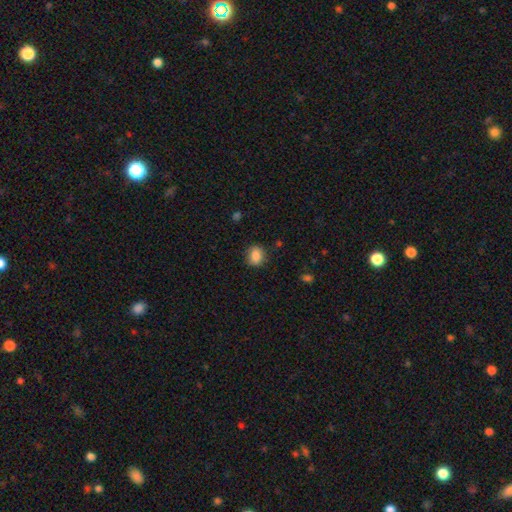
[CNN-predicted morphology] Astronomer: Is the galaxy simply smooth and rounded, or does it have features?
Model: smooth — 85%.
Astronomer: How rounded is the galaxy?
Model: round — 51% (runner-up: in between, 48%).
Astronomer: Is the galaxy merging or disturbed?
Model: none — 82%.